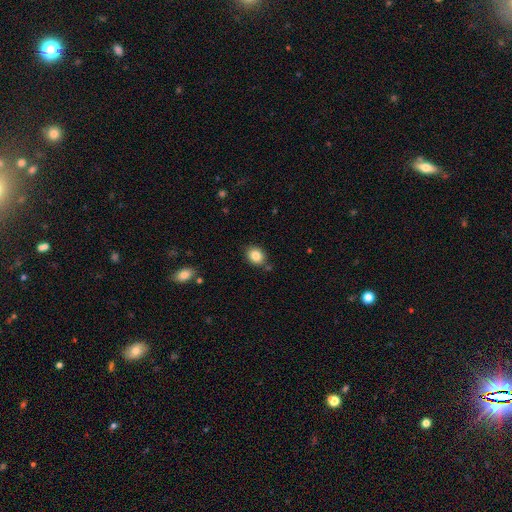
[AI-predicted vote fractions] Morphology: type=smooth (85%); roundness=round (54%); merging=none (82%).